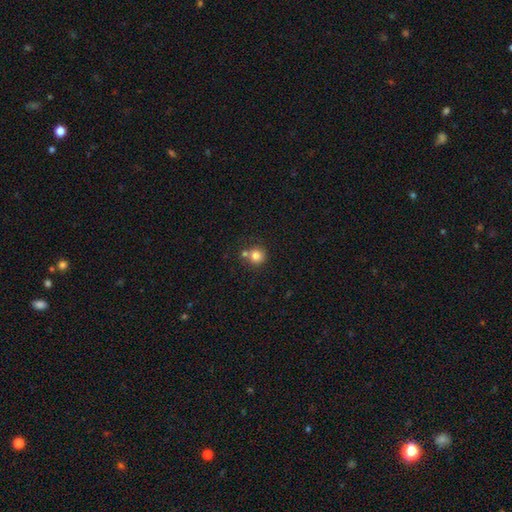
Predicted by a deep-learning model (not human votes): Smooth or featured? Predicted: smooth (p=0.80). How rounded? Predicted: round (p=0.91). Merging? Predicted: none (p=0.60).